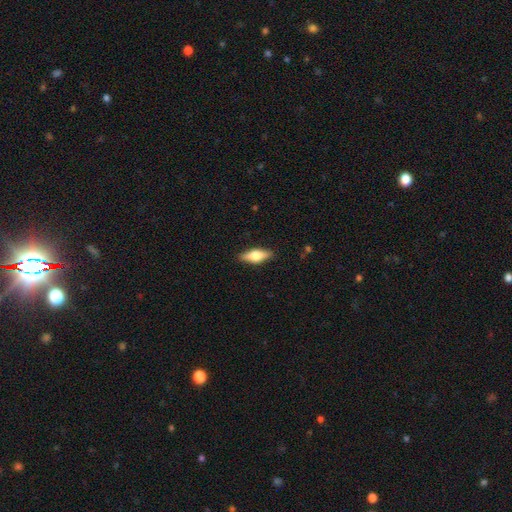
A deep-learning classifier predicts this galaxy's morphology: Q: Smooth or featured?
A: smooth (58%); runner-up: featured or disk (36%)
Q: How rounded?
A: in between (65%); runner-up: cigar-shaped (32%)
Q: Merging?
A: none (88%); runner-up: minor disturbance (9%)